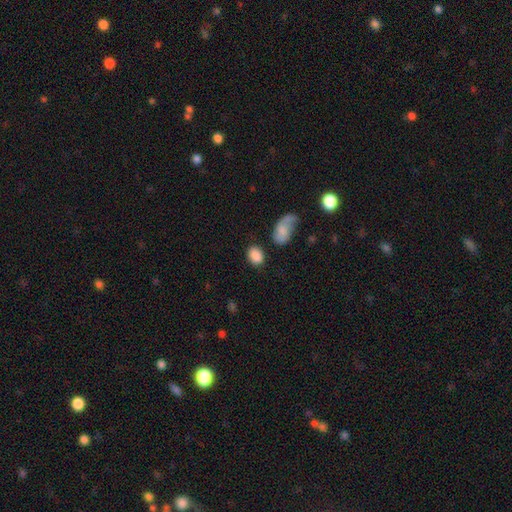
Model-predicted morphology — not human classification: smooth_or_featured: smooth (p=0.86) [alt: star or artifact p=0.08]
how_rounded: in between (p=0.73) [alt: round p=0.26]
merging: none (p=0.73) [alt: minor disturbance p=0.14]